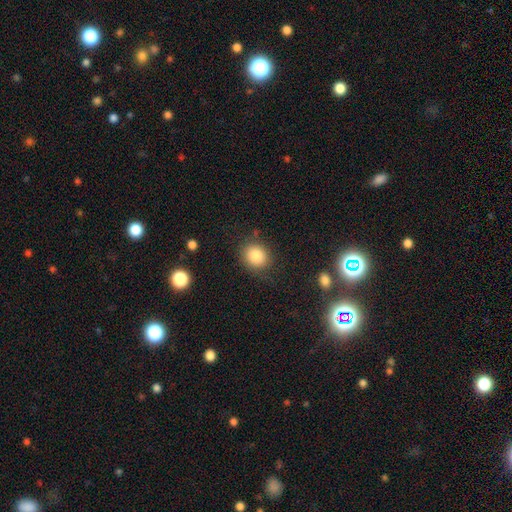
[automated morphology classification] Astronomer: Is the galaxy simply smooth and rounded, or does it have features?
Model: smooth — 83%.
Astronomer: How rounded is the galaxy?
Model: round — 73%.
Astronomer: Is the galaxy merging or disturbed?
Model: none — 81%.